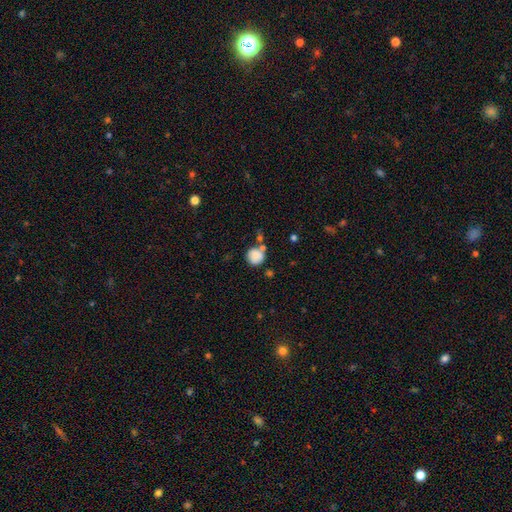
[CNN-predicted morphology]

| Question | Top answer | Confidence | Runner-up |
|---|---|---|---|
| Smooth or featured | smooth | 84% | star or artifact (9%) |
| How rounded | round | 88% | in between (11%) |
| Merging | none | 58% | merger (18%) |